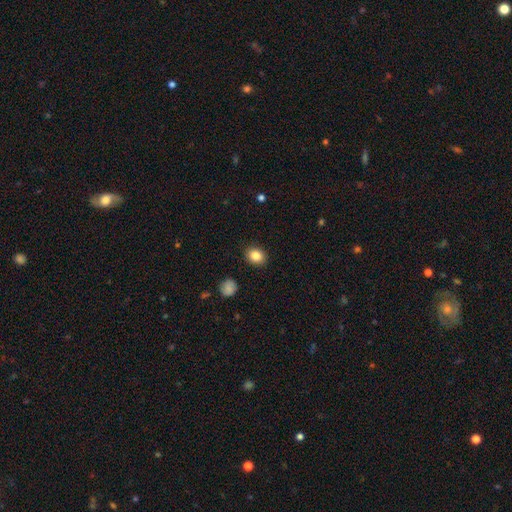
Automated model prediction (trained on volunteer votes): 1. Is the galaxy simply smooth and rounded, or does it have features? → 85% smooth, 9% star or artifact, 6% featured or disk.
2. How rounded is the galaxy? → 53% round, 46% in between, 1% cigar-shaped.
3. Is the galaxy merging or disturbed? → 90% none, 7% minor disturbance, 2% major disturbance, 1% merger.